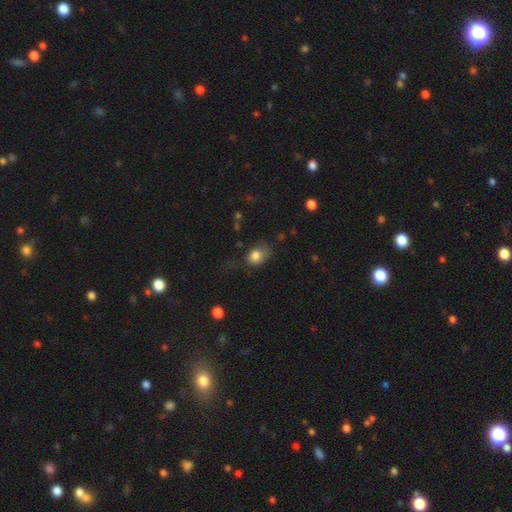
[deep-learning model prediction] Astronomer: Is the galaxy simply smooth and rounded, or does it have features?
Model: smooth — 80%.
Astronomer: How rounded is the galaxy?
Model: in between — 58% (runner-up: round, 40%).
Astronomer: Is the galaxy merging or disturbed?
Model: none — 38% (runner-up: minor disturbance, 33%).